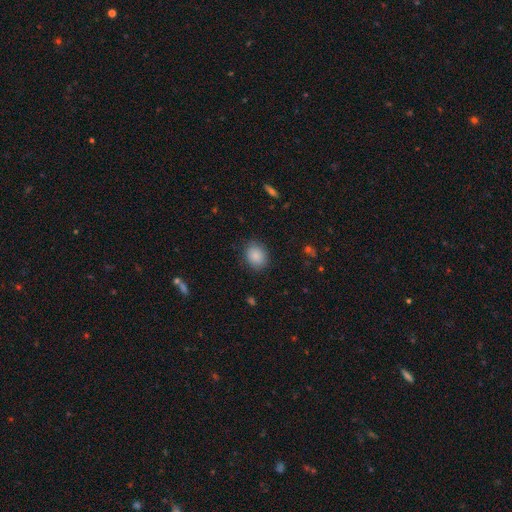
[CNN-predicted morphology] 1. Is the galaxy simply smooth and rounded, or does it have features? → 86% smooth, 9% star or artifact, 5% featured or disk.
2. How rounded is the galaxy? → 56% round, 43% in between, 1% cigar-shaped.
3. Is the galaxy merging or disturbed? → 85% none, 11% minor disturbance, 3% major disturbance, 1% merger.